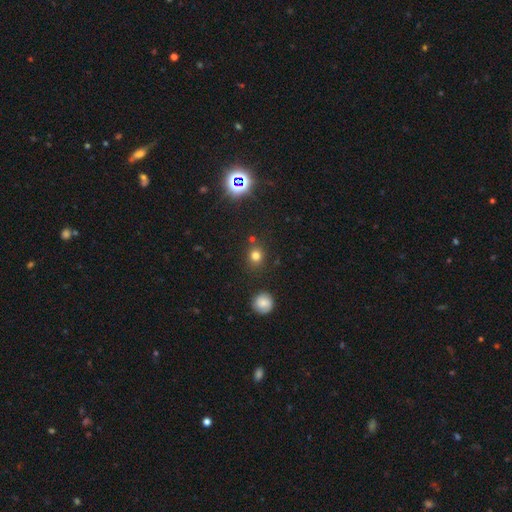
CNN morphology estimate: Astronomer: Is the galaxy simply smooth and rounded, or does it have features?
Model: smooth — 73%.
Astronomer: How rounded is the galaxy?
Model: round — 81%.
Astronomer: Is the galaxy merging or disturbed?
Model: none — 80%.